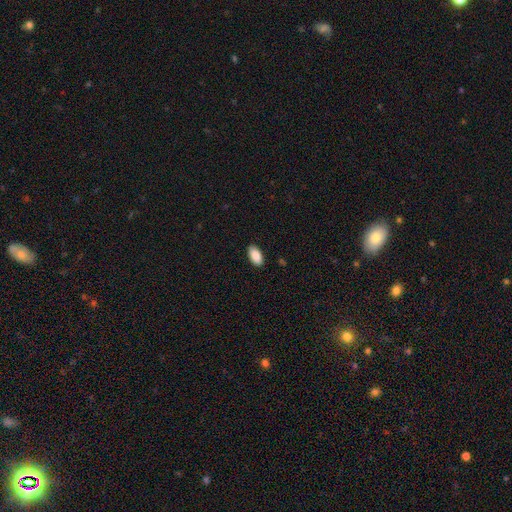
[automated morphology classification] type=smooth (90%); roundness=in between (94%); merging=none (89%).